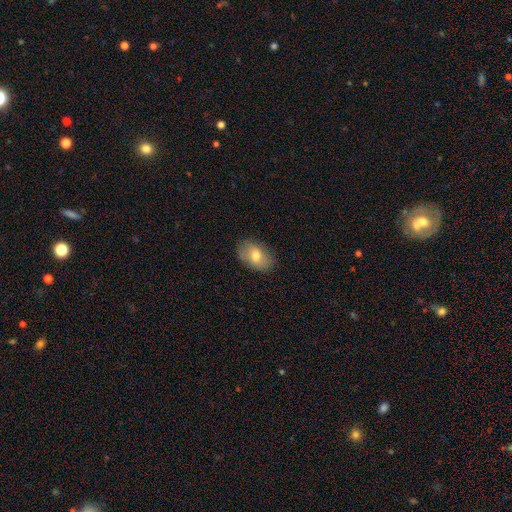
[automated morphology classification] Overall: smooth (71%). How rounded: in between (88%). Merging: none (80%).